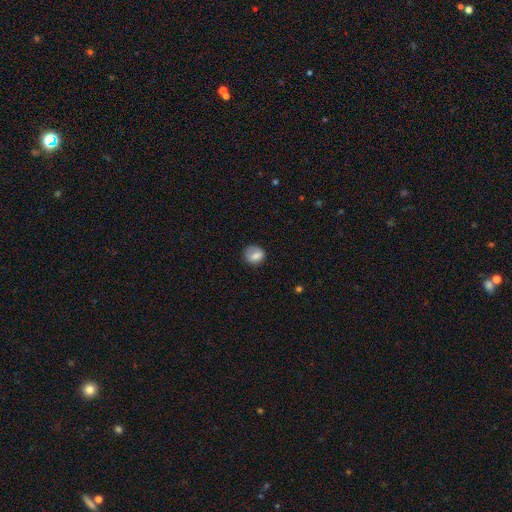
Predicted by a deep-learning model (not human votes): This appears to be a smooth galaxy with no disk features (76%) that is round (71%). Merging: none (69%).